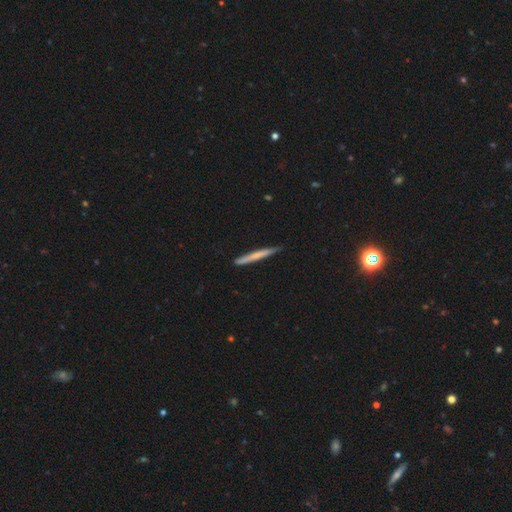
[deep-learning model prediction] A smooth galaxy with no disk features (60%) that is cigar-shaped (97%). Merging: none (86%).